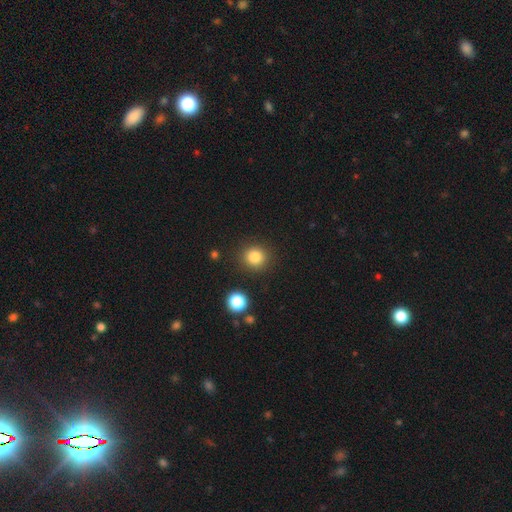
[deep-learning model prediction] A smooth galaxy with no disk features (82%) that is round (90%). Merging: none (89%).